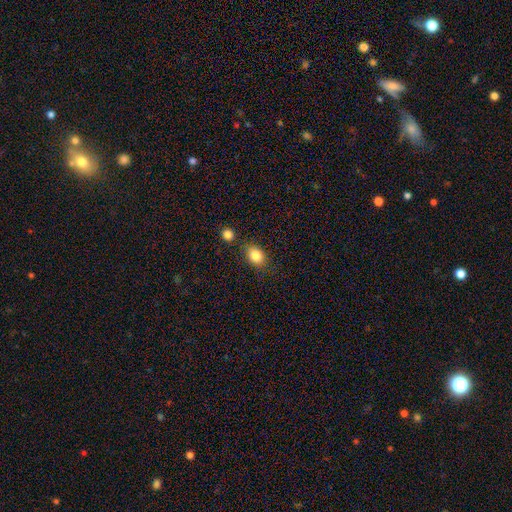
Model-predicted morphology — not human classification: Smooth or featured?
  - smooth: 85% *
  - star or artifact: 9%
  - featured or disk: 6%
How rounded?
  - in between: 68% *
  - round: 31%
  - cigar-shaped: 1%
Merging?
  - none: 75% *
  - minor disturbance: 14%
  - merger: 7%
  - major disturbance: 4%